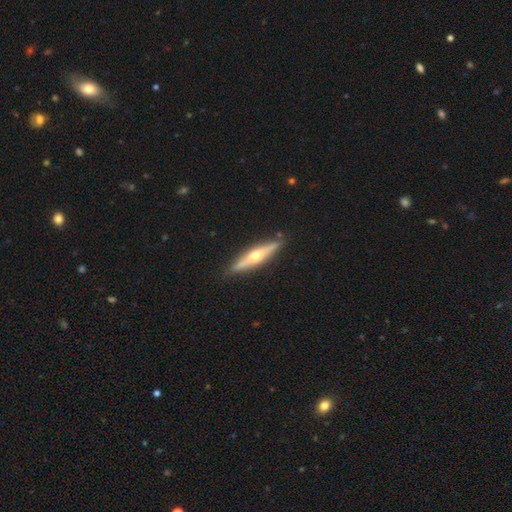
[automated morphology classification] smooth_or_featured: featured or disk (p=0.65) [alt: smooth p=0.30]
disk_edge_on: yes (p=0.93) [alt: no p=0.07]
edge_on_bulge: rounded (p=0.91) [alt: none p=0.06]
merging: none (p=0.88) [alt: minor disturbance p=0.09]